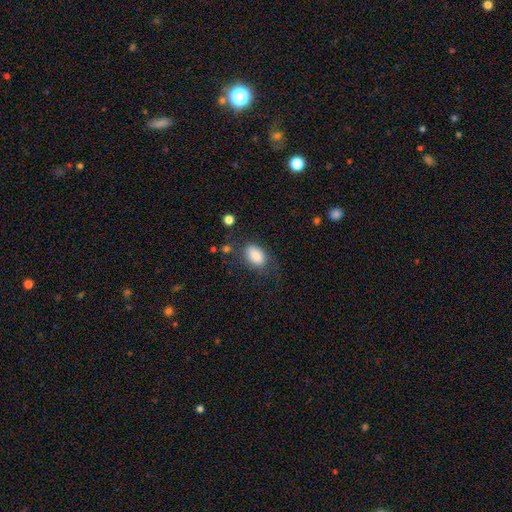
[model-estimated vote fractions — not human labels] Smooth or featured? smooth (85%)
How rounded? in between (89%)
Merging? none (64%)